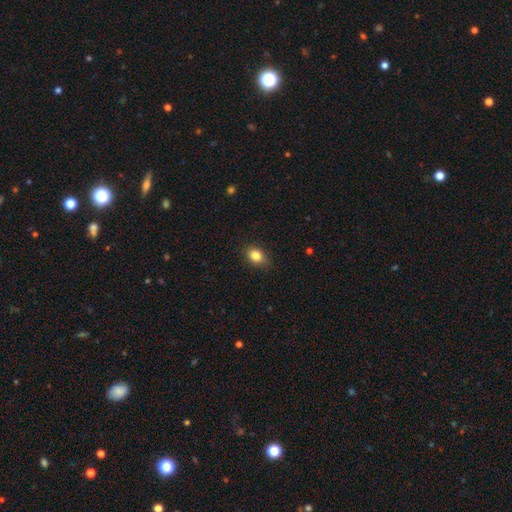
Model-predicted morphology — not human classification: Q: Smooth or featured?
A: smooth (84%); runner-up: star or artifact (9%)
Q: How rounded?
A: in between (66%); runner-up: round (32%)
Q: Merging?
A: none (83%); runner-up: minor disturbance (14%)